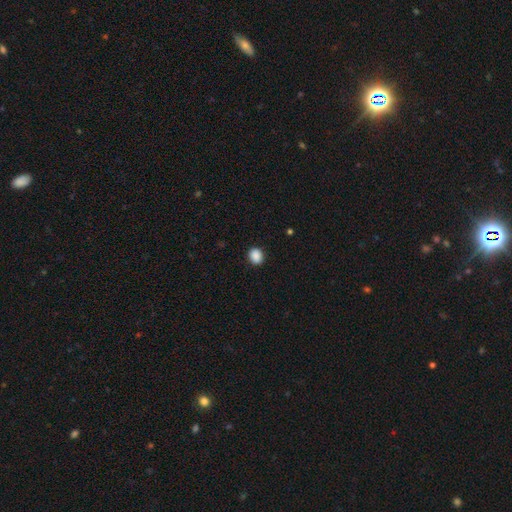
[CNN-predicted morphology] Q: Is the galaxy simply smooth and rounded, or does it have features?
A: smooth — 89%.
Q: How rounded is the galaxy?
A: round — 61%.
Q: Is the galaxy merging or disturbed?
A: none — 90%.